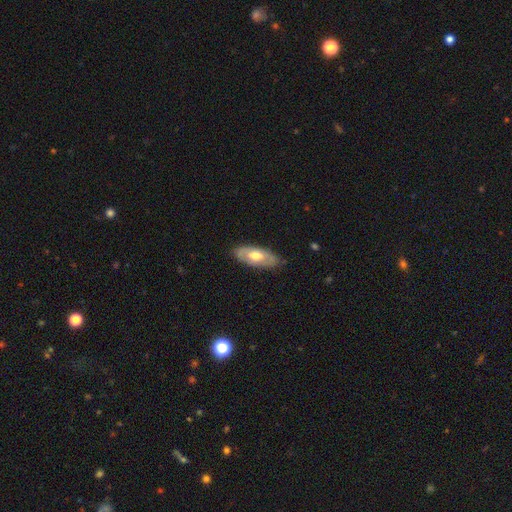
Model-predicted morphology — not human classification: A featured or disk galaxy (48%). Merging: none (81%).